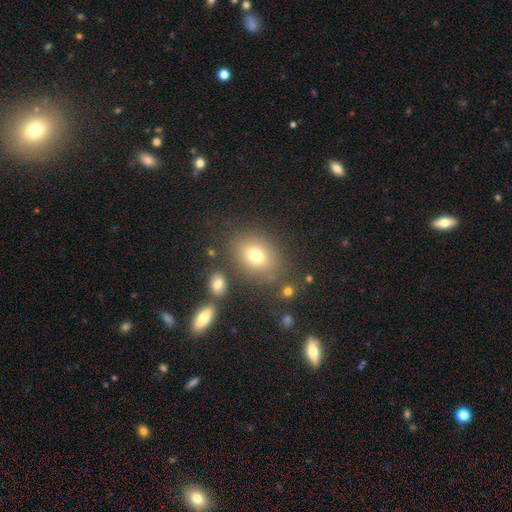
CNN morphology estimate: smooth 73%, star or artifact 14%, featured or disk 13%. Down the decision tree: how rounded — in between (64%); merging — none (77%).